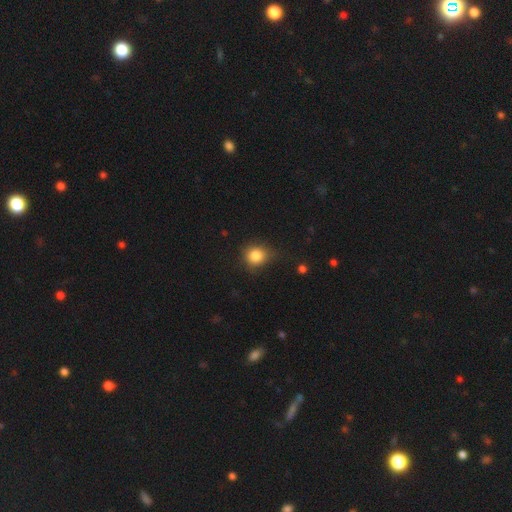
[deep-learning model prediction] smooth-or-featured: smooth: 83% | star or artifact: 11% | featured or disk: 6%
  how-rounded: round: 81% | in between: 18% | cigar-shaped: 1%
  merging: none: 67% | minor disturbance: 25% | major disturbance: 6% | merger: 2%